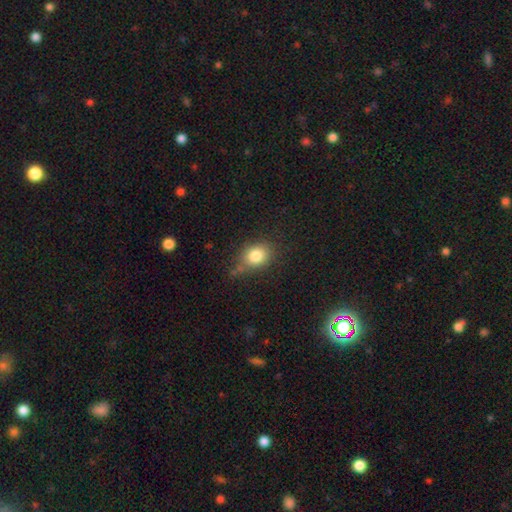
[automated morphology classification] Smooth or featured: smooth — 81% (star or artifact — 10%)
How rounded: in between — 51% (round — 47%)
Merging: none — 65% (minor disturbance — 23%)